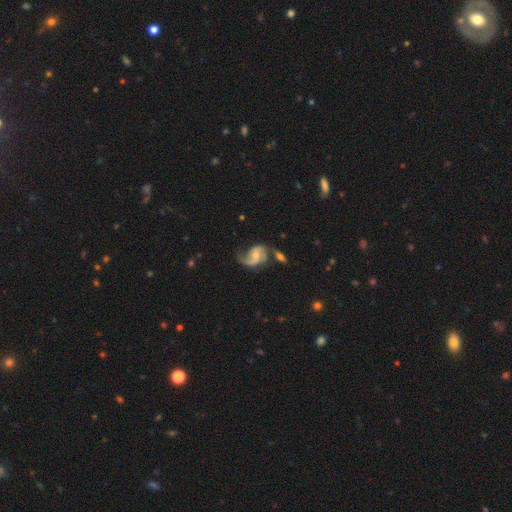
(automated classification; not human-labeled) Smooth or featured: featured or disk — 83% (smooth — 11%)
Edge-on disk: no — 97% (yes — 3%)
Bar: no — 48% (weak — 41%)
Spiral arms: yes — 95% (no — 5%)
Spiral winding: loose — 45% (medium — 42%)
Spiral arm count: 2 — 82% (1 — 10%)
Bulge size: small — 46% (moderate — 43%)
Merging: none — 49% (minor disturbance — 22%)